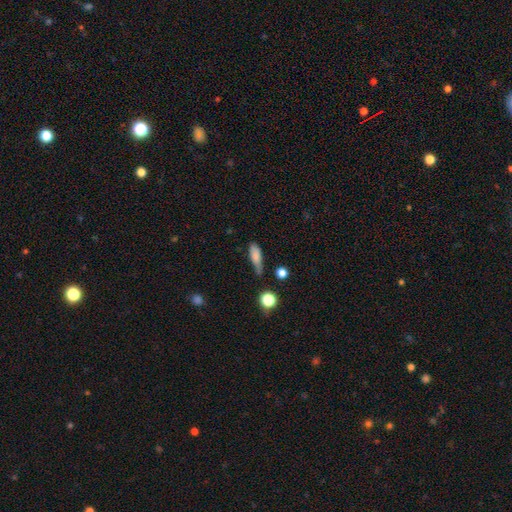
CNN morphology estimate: type=smooth (77%); roundness=in between (53%); merging=none (43%).